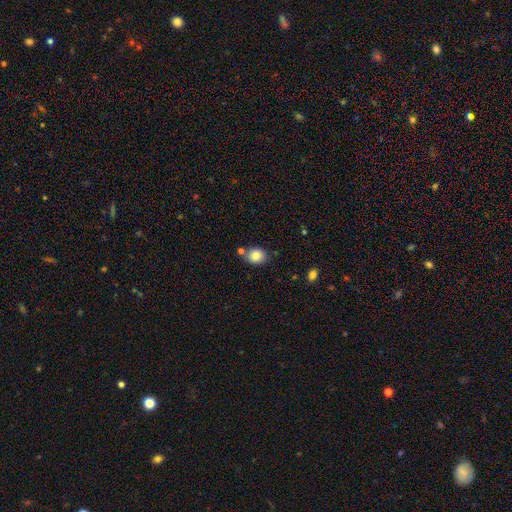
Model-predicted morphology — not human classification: A smooth galaxy with no disk features (85%) that is round (57%). Merging: none (72%).